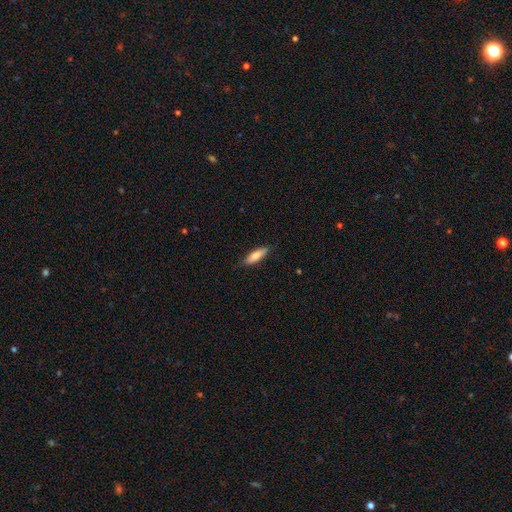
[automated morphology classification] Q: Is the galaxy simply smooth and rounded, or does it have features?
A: smooth — 80%.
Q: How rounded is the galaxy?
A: cigar-shaped — 52%.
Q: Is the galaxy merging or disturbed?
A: none — 82%.